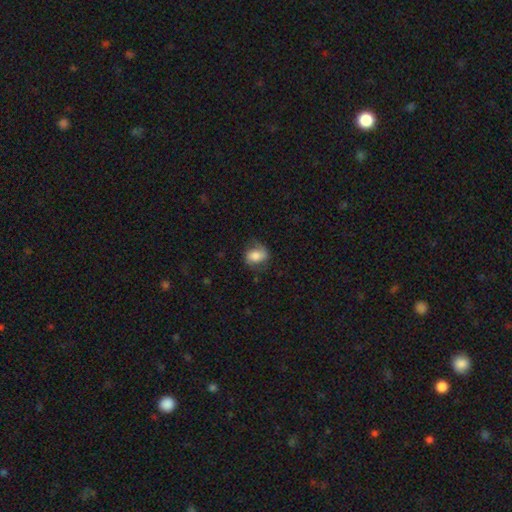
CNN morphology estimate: A smooth galaxy with no disk features (70%) that is in between round and cigar-shaped (62%). Merging: none (63%).